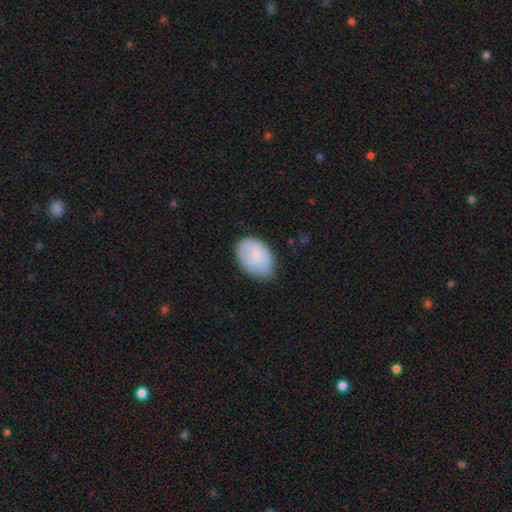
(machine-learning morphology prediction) A smooth galaxy with no disk features (83%) that is in between round and cigar-shaped (86%). Merging: none (72%).